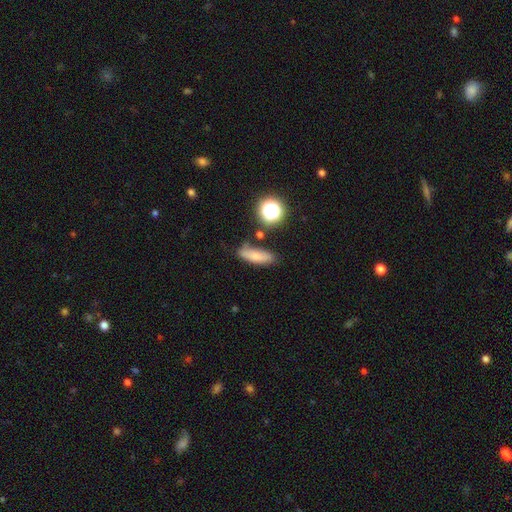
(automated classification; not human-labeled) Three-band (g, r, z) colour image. It shows a smooth galaxy with no disk features (71%) that is in between round and cigar-shaped (51%). Merging: none (67%).